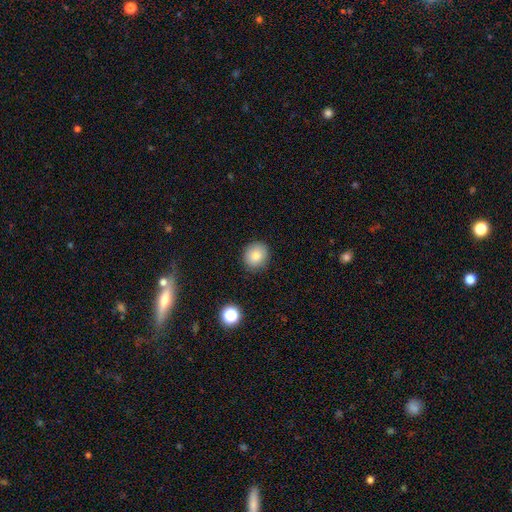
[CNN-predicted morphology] Smooth or featured: smooth — 82% (star or artifact — 10%)
How rounded: round — 82% (in between — 17%)
Merging: none — 87% (minor disturbance — 9%)